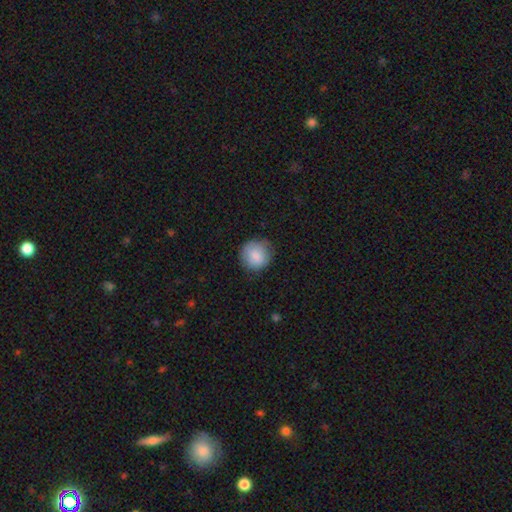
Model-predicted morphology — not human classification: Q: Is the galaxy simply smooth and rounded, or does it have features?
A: smooth — 85%.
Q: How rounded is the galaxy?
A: round — 91%.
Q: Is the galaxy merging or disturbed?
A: none — 77%.